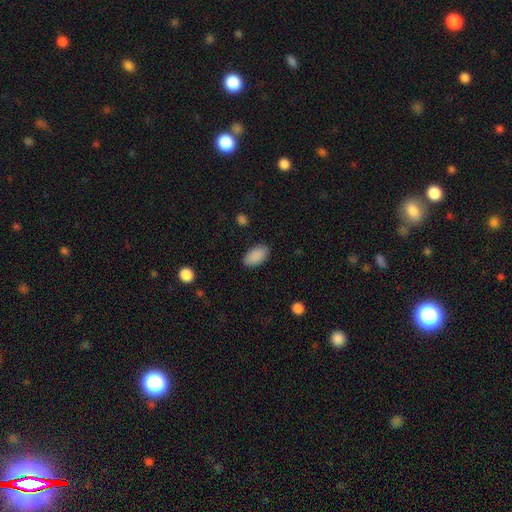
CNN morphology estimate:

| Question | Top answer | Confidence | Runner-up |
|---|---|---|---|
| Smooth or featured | smooth | 90% | star or artifact (7%) |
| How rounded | in between | 95% | round (3%) |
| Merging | none | 87% | minor disturbance (9%) |